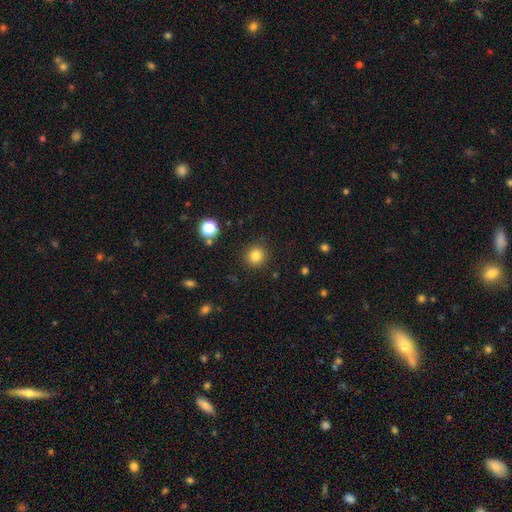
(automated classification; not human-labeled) The model was most divided on "smooth or featured": smooth: 83%, star or artifact: 12%, featured or disk: 5%. More confident: how rounded — round (93%); merging — none (89%).